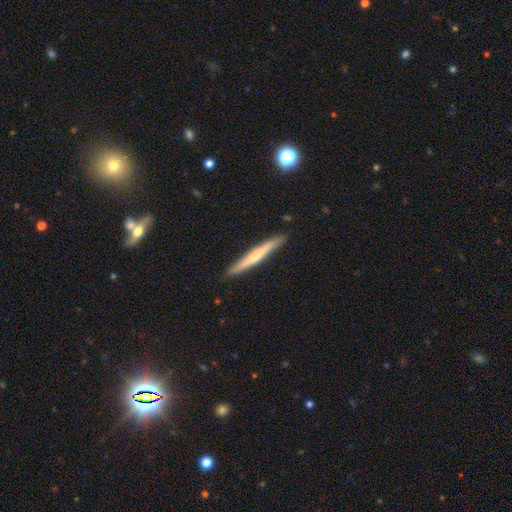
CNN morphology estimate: Smooth or featured? Predicted: smooth (p=0.51). How rounded? Predicted: cigar-shaped (p=0.96). Merging? Predicted: none (p=0.90).